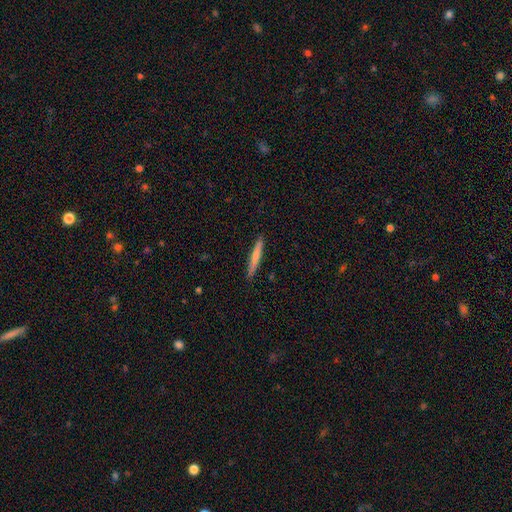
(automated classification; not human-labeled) A smooth galaxy with no disk features (65%) that is cigar-shaped (95%).

Vote fractions:
- Smooth or featured? smooth: 65% / featured or disk: 29% / star or artifact: 6%
- How rounded? cigar-shaped: 95% / in between: 4% / round: 1%
- Merging? none: 89% / minor disturbance: 9% / major disturbance: 2% / merger: 1%